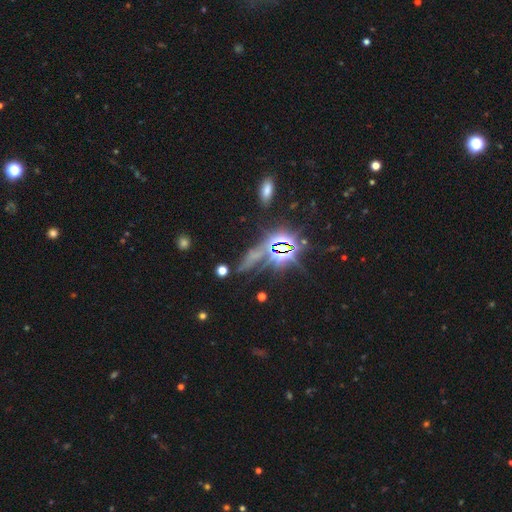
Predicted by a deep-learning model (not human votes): smooth-or-featured: star or artifact: 58% | smooth: 25% | featured or disk: 16%